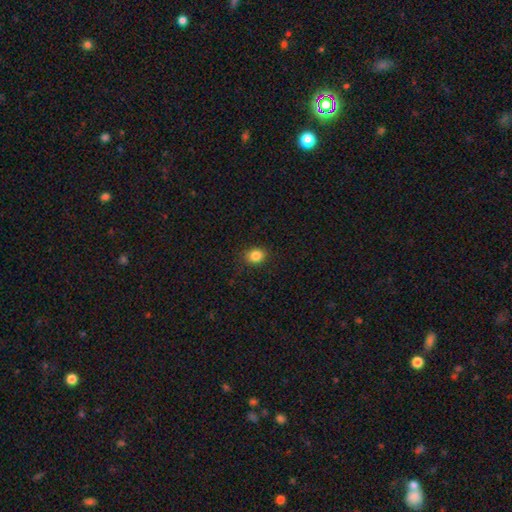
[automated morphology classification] This appears to be a smooth galaxy with no disk features (84%) that is round (63%). Merging: none (88%).